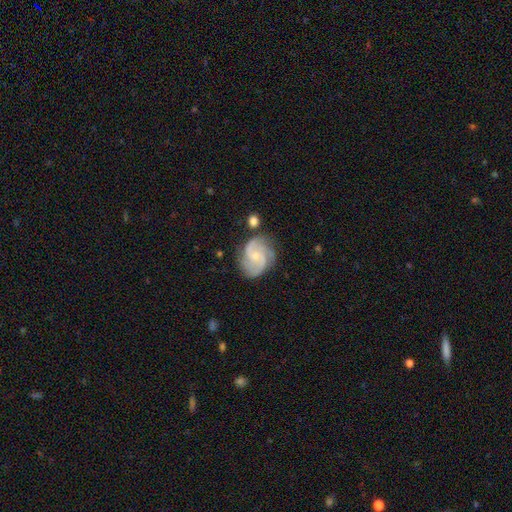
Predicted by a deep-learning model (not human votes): A featured or disk galaxy (87%) with no bar (66%), 3 (47%) medium (52%) spiral arms (98%) and a small central bulge (71%). Merging: none (72%).